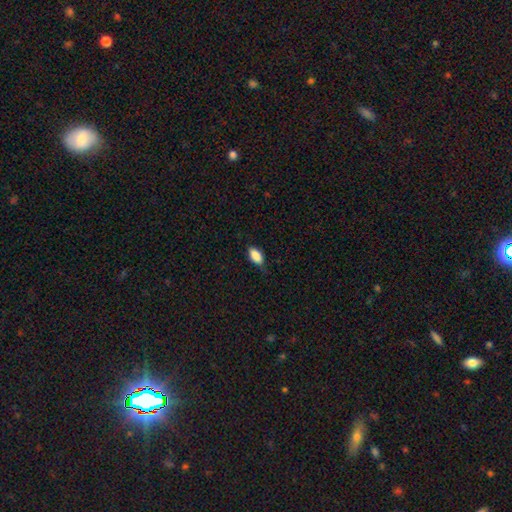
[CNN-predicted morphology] smooth-or-featured: smooth: 87% | star or artifact: 7% | featured or disk: 6%
  how-rounded: in between: 91% | cigar-shaped: 5% | round: 3%
  merging: none: 76% | minor disturbance: 20% | major disturbance: 3% | merger: 1%